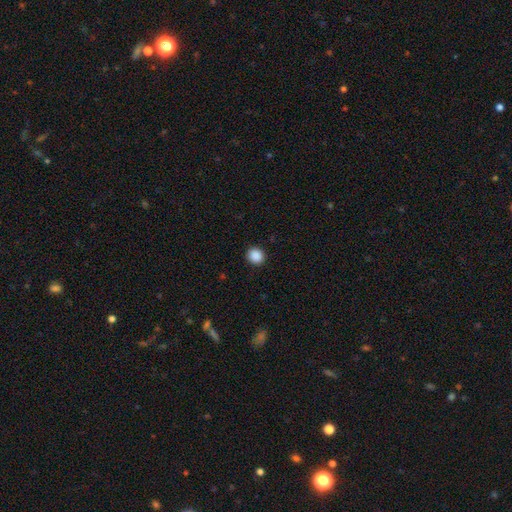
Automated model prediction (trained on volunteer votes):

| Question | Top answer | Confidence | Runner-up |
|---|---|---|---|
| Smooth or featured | smooth | 89% | star or artifact (9%) |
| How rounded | round | 88% | in between (11%) |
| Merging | none | 92% | minor disturbance (5%) |